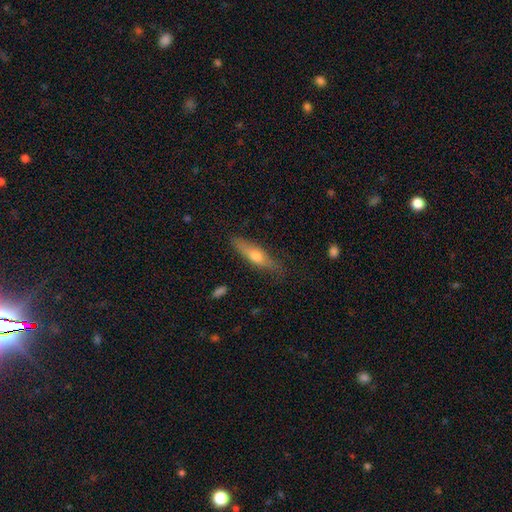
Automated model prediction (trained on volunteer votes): This appears to be a smooth galaxy with no disk features (51%) that is cigar-shaped (72%). Merging: none (80%).